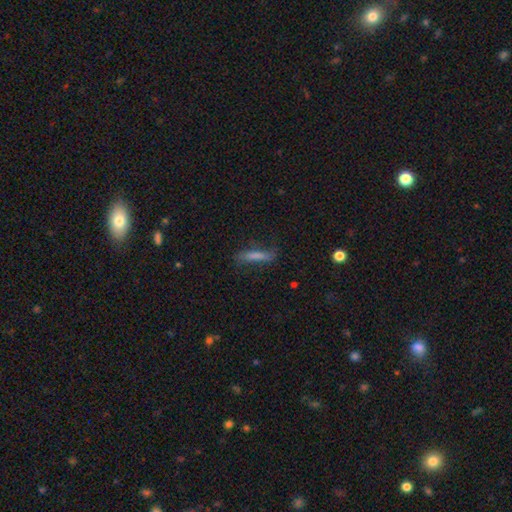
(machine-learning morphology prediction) Smooth or featured: smooth — 59% (featured or disk — 30%)
How rounded: cigar-shaped — 86% (in between — 12%)
Merging: none — 72% (minor disturbance — 19%)